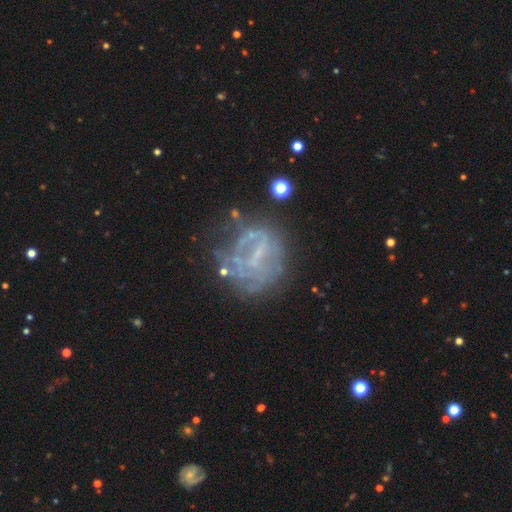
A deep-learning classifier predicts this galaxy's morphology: A featured or disk galaxy (67%) with no bar (43%), no spiral arms (65%) and no central bulge (56%).

Vote fractions:
- Smooth or featured? featured or disk: 67% / smooth: 18% / star or artifact: 15%
- Edge-on disk? no: 97% / yes: 3%
- Bar? no: 43% / weak: 33% / strong: 24%
- Spiral arms? no: 65% / yes: 35%
- Bulge size? none: 56% / small: 33% / moderate: 8% / large: 1% / dominant: 1%
- Merging? none: 51% / major disturbance: 24% / minor disturbance: 20% / merger: 6%